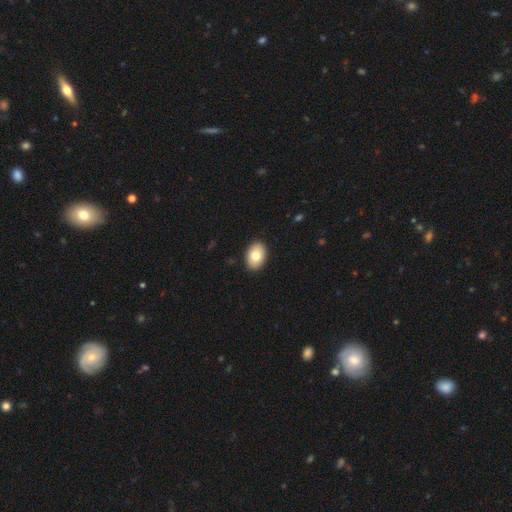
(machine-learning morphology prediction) Smooth or featured?
  - smooth: 78% *
  - featured or disk: 14%
  - star or artifact: 7%
How rounded?
  - in between: 83% *
  - round: 16%
  - cigar-shaped: 1%
Merging?
  - none: 91% *
  - minor disturbance: 7%
  - major disturbance: 2%
  - merger: 1%